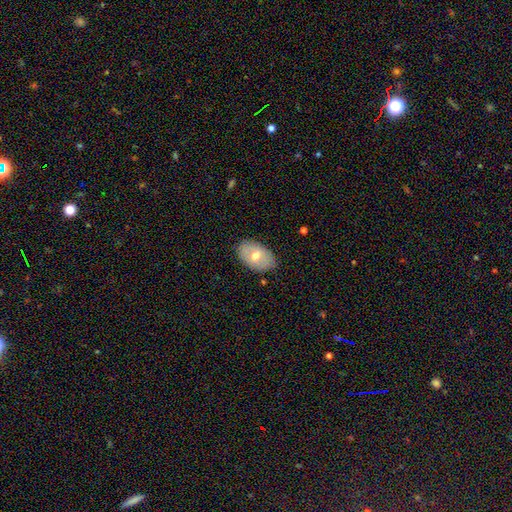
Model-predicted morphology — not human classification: type=smooth (63%); roundness=in between (89%); merging=none (83%).